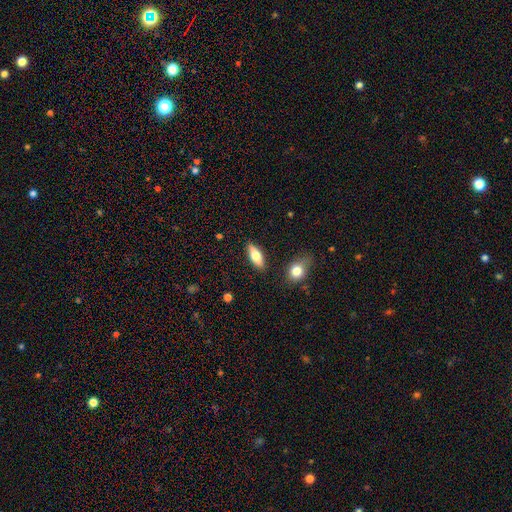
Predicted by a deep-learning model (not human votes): The model was most divided on "smooth or featured": smooth: 65%, featured or disk: 29%, star or artifact: 6%. More confident: merging — none (86%); how rounded — in between (67%).